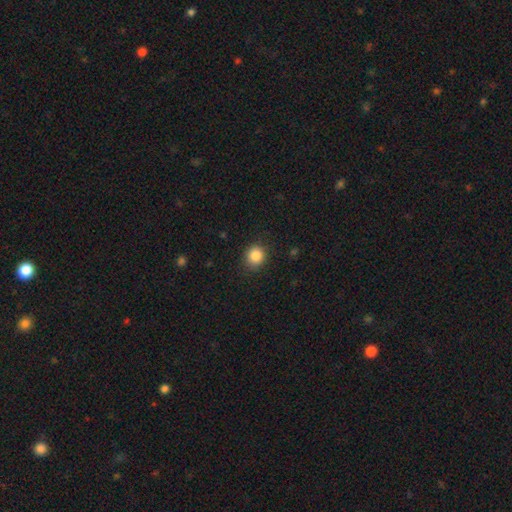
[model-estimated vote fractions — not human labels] Overall: smooth (86%). How rounded: round (83%). Merging: none (88%).